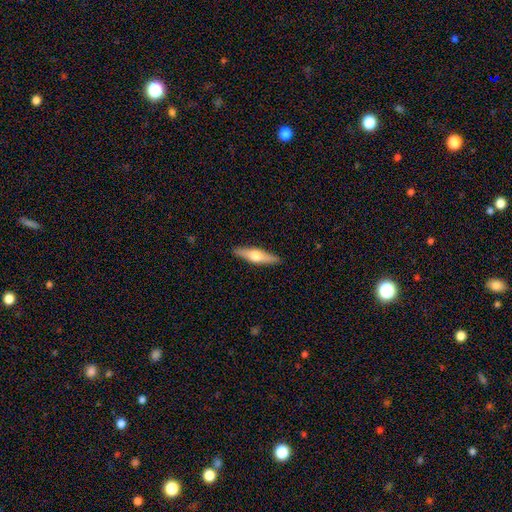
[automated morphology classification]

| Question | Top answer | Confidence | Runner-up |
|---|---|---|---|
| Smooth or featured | featured or disk | 56% | smooth (39%) |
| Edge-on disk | yes | 95% | no (5%) |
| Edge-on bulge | rounded | 94% | boxy (4%) |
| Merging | none | 91% | minor disturbance (7%) |